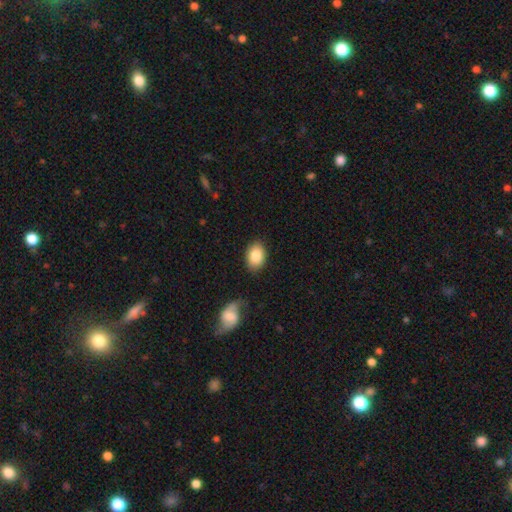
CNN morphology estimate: Smooth or featured? Predicted: smooth (p=0.84). How rounded? Predicted: in between (p=0.81). Merging? Predicted: none (p=0.83).